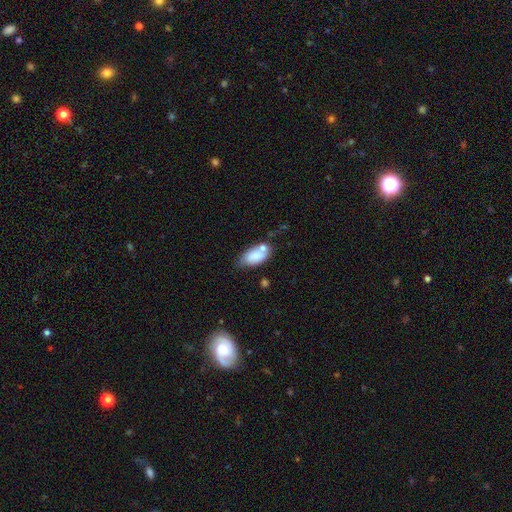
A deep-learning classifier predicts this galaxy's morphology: Smooth or featured? Predicted: smooth (p=0.79). How rounded? Predicted: in between (p=0.91). Merging? Predicted: none (p=0.46).